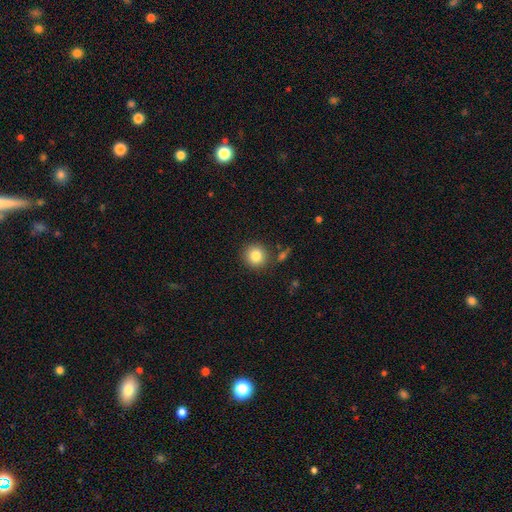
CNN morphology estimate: Smooth or featured? Predicted: smooth (p=0.83). How rounded? Predicted: round (p=0.93). Merging? Predicted: none (p=0.86).